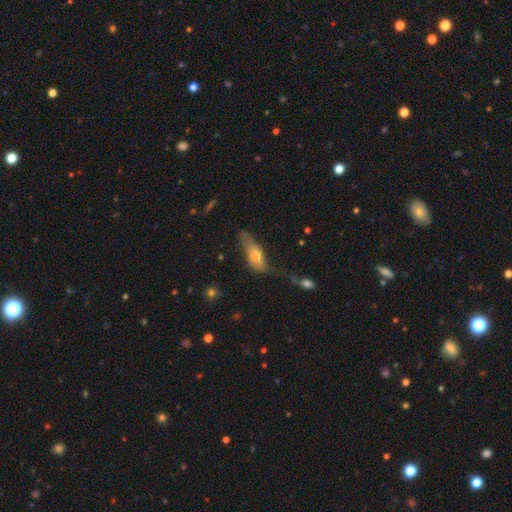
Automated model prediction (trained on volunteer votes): A smooth galaxy with no disk features (68%) that is in between round and cigar-shaped (66%).

Vote fractions:
- Smooth or featured? smooth: 68% / featured or disk: 23% / star or artifact: 8%
- How rounded? in between: 66% / cigar-shaped: 31% / round: 3%
- Merging? major disturbance: 34% / minor disturbance: 29% / none: 25% / merger: 12%